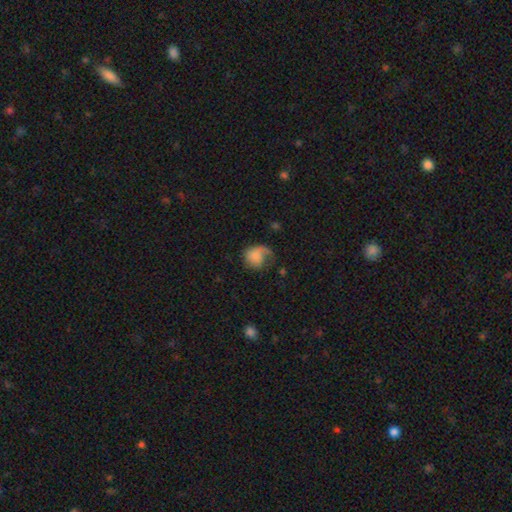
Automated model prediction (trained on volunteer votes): A smooth galaxy with no disk features (59%) that is round (58%).

Vote fractions:
- Smooth or featured? smooth: 59% / featured or disk: 32% / star or artifact: 9%
- How rounded? round: 58% / in between: 40% / cigar-shaped: 1%
- Merging? major disturbance: 42% / none: 30% / minor disturbance: 24% / merger: 3%